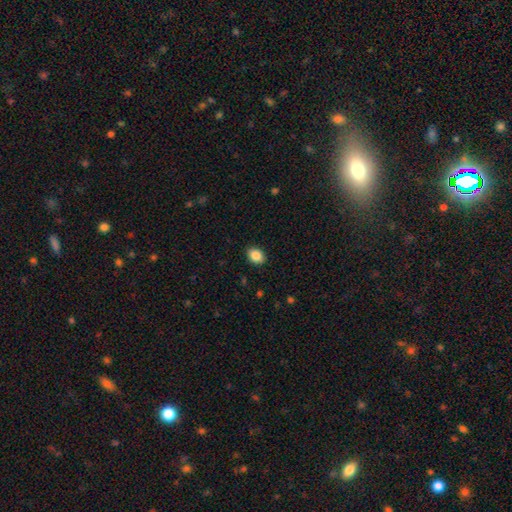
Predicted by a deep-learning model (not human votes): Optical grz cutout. It shows a smooth galaxy with no disk features (88%) that is in between round and cigar-shaped (64%). Merging: none (89%).